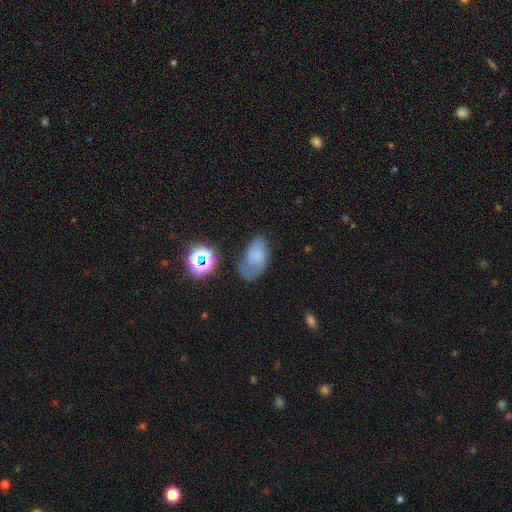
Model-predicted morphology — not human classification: Q: Smooth or featured?
A: smooth (57%); runner-up: featured or disk (27%)
Q: How rounded?
A: in between (88%); runner-up: round (10%)
Q: Merging?
A: none (46%); runner-up: minor disturbance (31%)